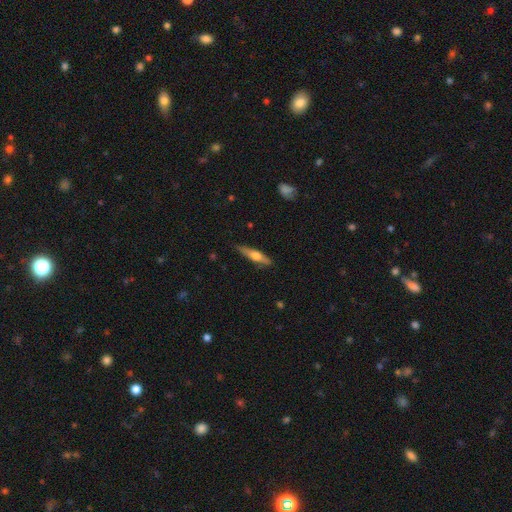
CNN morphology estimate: This is possibly a featured or disk galaxy (48%). Merging: clearly none (82%).